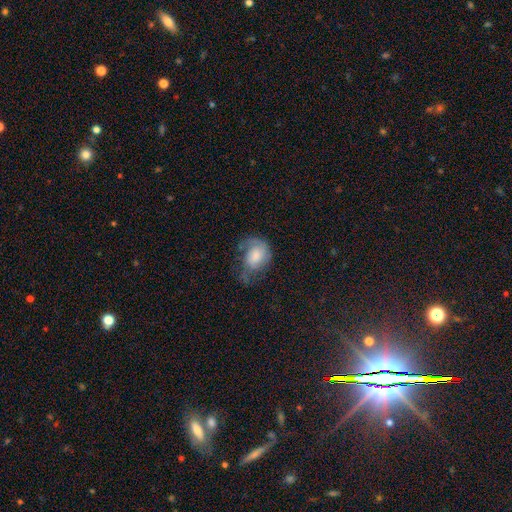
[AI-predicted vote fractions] Smooth or featured: featured or disk — 48% (smooth — 44%)
Merging: none — 35% (major disturbance — 33%)